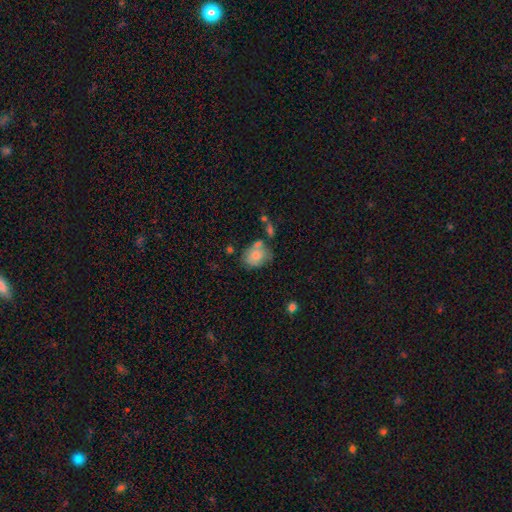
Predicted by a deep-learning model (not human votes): Smooth or featured: smooth — 78% (featured or disk — 14%)
How rounded: in between — 52% (round — 47%)
Merging: none — 49% (minor disturbance — 23%)